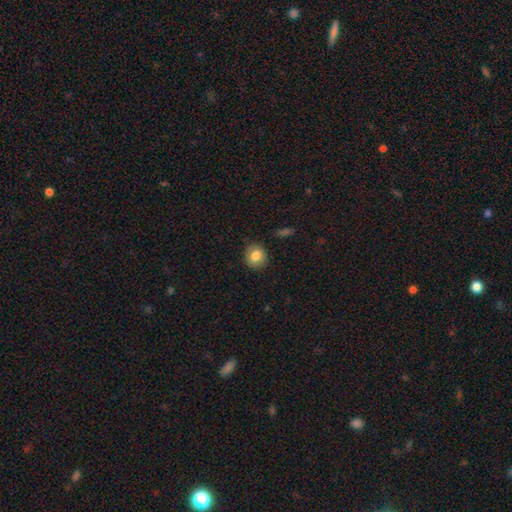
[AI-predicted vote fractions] Morphology: type=smooth (83%); roundness=round (79%); merging=none (86%).